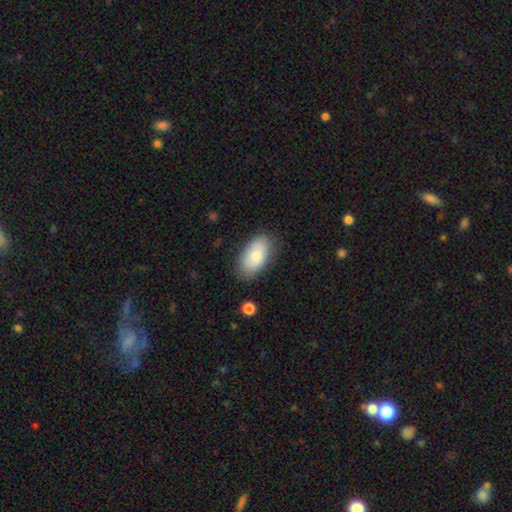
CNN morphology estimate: Smooth or featured?
  - smooth: 78% *
  - featured or disk: 16%
  - star or artifact: 6%
How rounded?
  - in between: 94% *
  - round: 4%
  - cigar-shaped: 2%
Merging?
  - none: 80% *
  - minor disturbance: 14%
  - major disturbance: 4%
  - merger: 2%